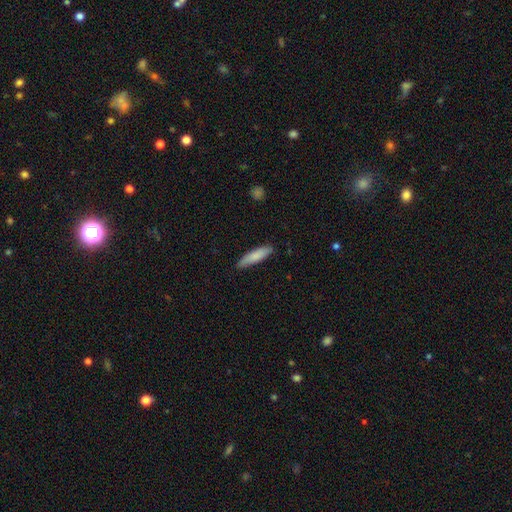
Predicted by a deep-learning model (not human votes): This appears to be a smooth galaxy with no disk features (81%) that is cigar-shaped (76%). Merging: none (84%).